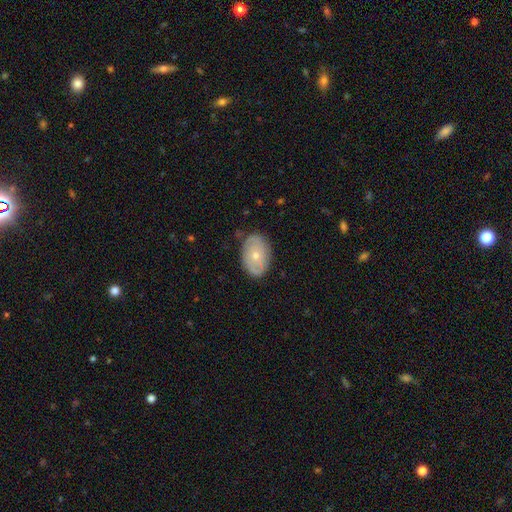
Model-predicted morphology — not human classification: Smooth or featured? Predicted: featured or disk (p=0.54). Edge-on disk? Predicted: no (p=0.94). Bar? Predicted: no (p=0.85). Spiral arms? Predicted: yes (p=0.56). Bulge size? Predicted: small (p=0.51). Merging? Predicted: none (p=0.79).